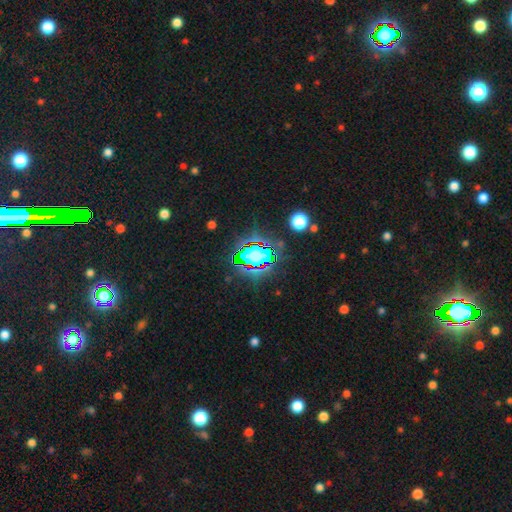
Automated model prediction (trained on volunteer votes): Q: Smooth or featured?
A: star or artifact (62%); runner-up: smooth (24%)